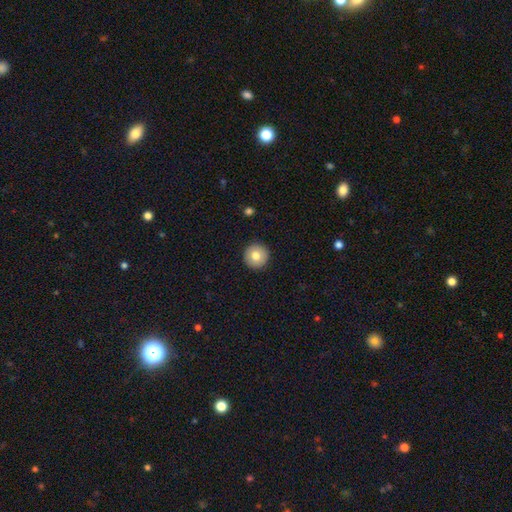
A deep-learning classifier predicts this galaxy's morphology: smooth 78%, featured or disk 13%, star or artifact 8%. Down the decision tree: how rounded — round (96%); merging — none (93%).